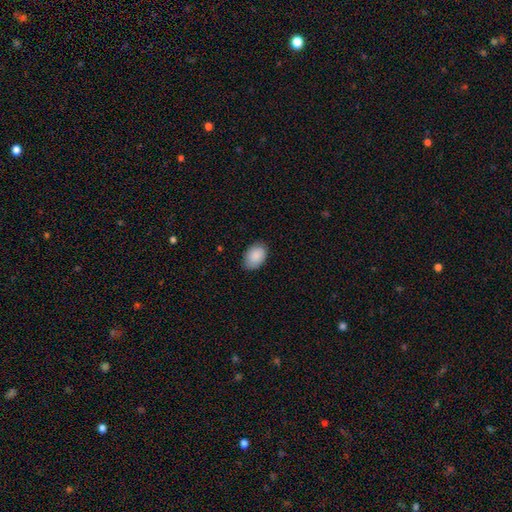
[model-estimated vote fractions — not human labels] The model was most divided on "merging": none: 85%, minor disturbance: 12%, major disturbance: 2%, merger: 1%. More confident: smooth or featured — smooth (89%); how rounded — in between (87%).